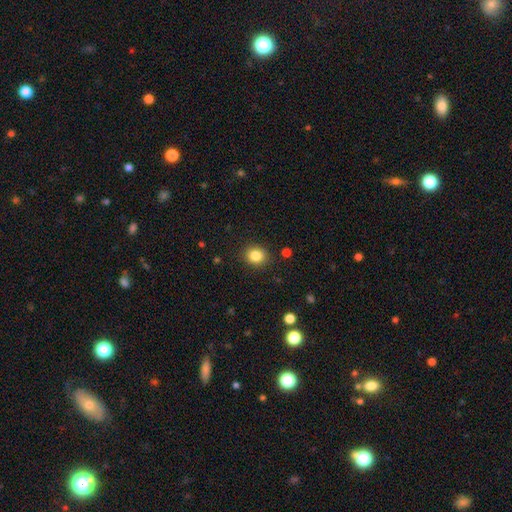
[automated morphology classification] Smooth or featured? smooth (83%)
How rounded? round (76%)
Merging? none (88%)